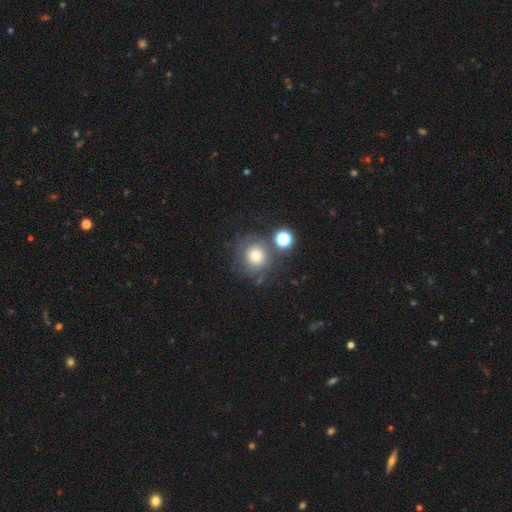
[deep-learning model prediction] This is likely a smooth galaxy (63%). How rounded: clearly round (89%). Merging: likely none (64%).